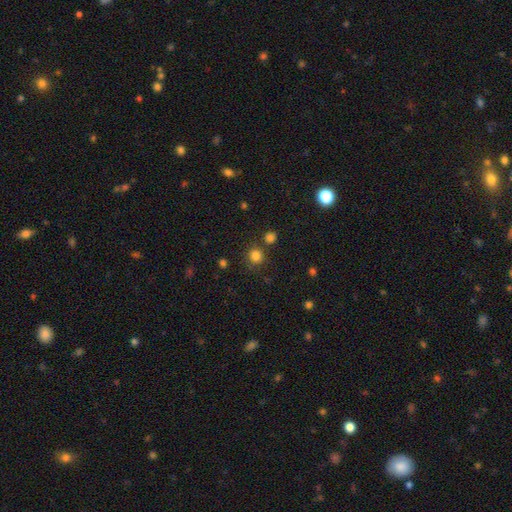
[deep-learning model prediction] Overall: smooth (81%). How rounded: round (91%). Merging: none (78%).